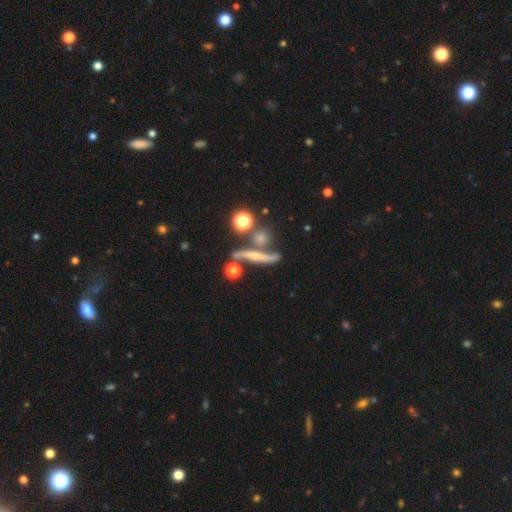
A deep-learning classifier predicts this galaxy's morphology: A featured or disk galaxy (63%) viewed edge-on (78%). Merging: none (65%).